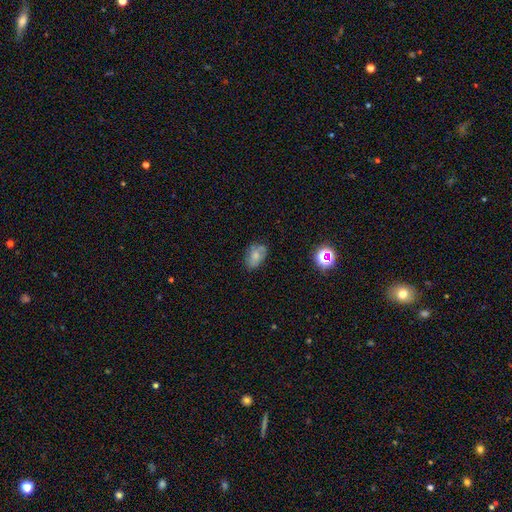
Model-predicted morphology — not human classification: A smooth galaxy with no disk features (68%) that is in between round and cigar-shaped (87%). Merging: none (68%).